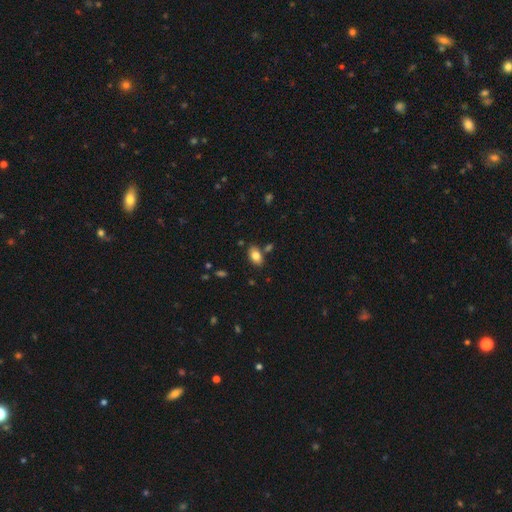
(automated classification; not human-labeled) smooth-or-featured: smooth: 82% | featured or disk: 10% | star or artifact: 8%
  how-rounded: in between: 89% | round: 9% | cigar-shaped: 2%
  merging: none: 79% | minor disturbance: 12% | merger: 7% | major disturbance: 3%